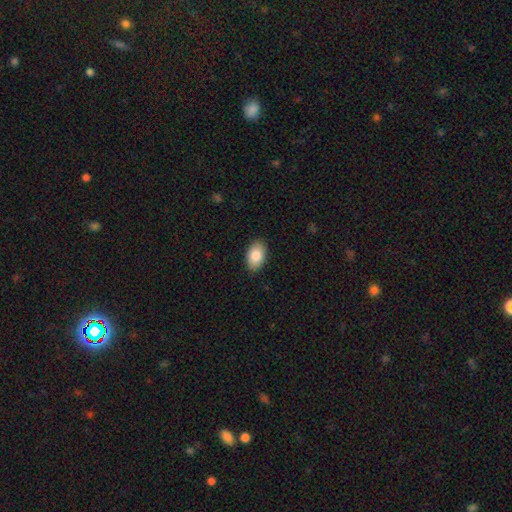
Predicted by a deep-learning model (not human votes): smooth 84%, featured or disk 9%, star or artifact 7%. Down the decision tree: how rounded — in between (91%); merging — none (89%).